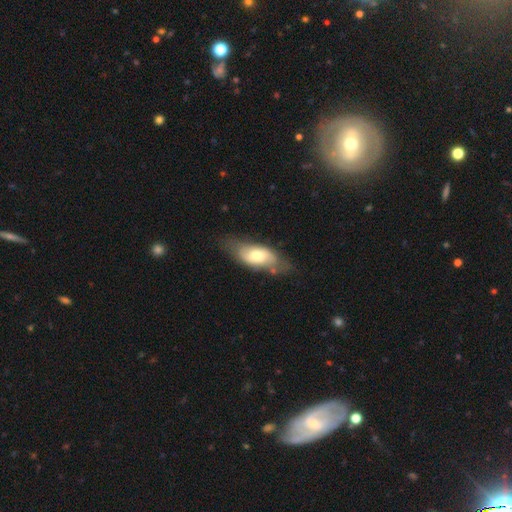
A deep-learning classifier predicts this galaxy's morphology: Smooth or featured? Predicted: smooth (p=0.58). How rounded? Predicted: in between (p=0.86). Merging? Predicted: none (p=0.64).